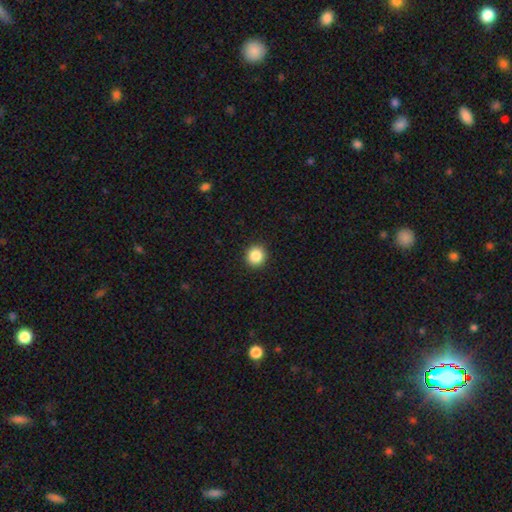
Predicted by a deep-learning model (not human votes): A smooth galaxy with no disk features (86%) that is round (91%).

Vote fractions:
- Smooth or featured? smooth: 86% / star or artifact: 10% / featured or disk: 4%
- How rounded? round: 91% / in between: 8% / cigar-shaped: 1%
- Merging? none: 93% / minor disturbance: 5% / major disturbance: 2% / merger: 1%